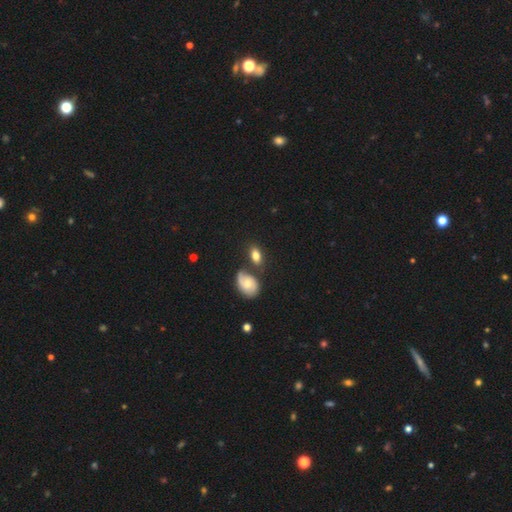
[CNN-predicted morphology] Smooth or featured? smooth (72%)
How rounded? in between (81%)
Merging? none (63%)